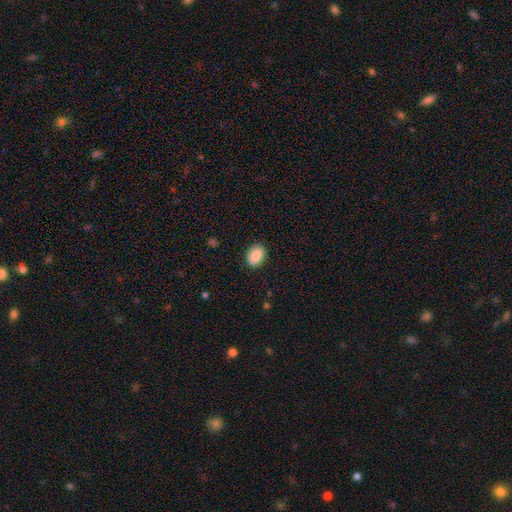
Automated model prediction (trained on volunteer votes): The model was most divided on "how rounded": in between: 65%, round: 34%, cigar-shaped: 1%. More confident: merging — none (87%); smooth or featured — smooth (85%).